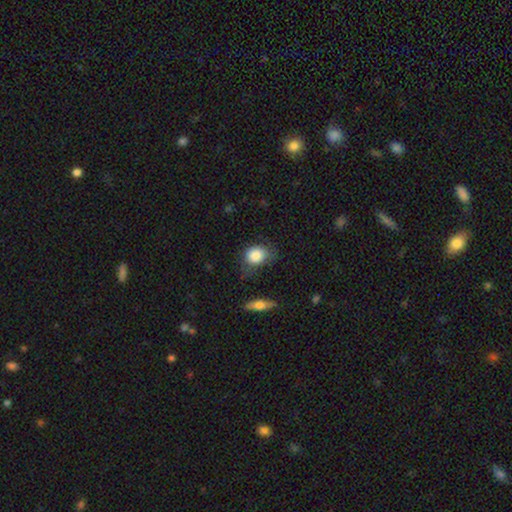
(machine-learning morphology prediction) Smooth or featured: smooth — 84% (featured or disk — 8%)
How rounded: round — 50% (in between — 48%)
Merging: none — 51% (minor disturbance — 33%)